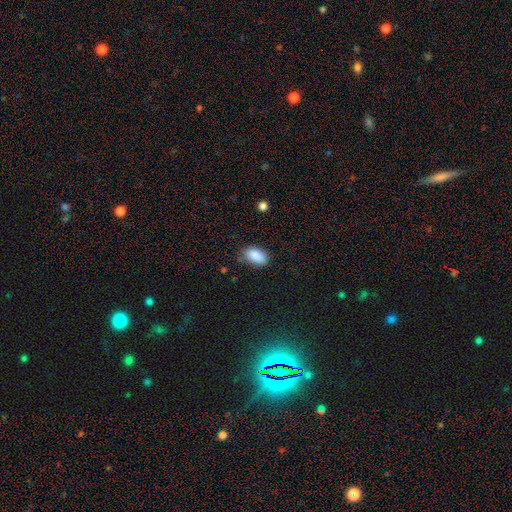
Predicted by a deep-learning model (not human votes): smooth-or-featured: smooth: 87% | star or artifact: 8% | featured or disk: 5%
  how-rounded: in between: 91% | round: 6% | cigar-shaped: 2%
  merging: none: 68% | minor disturbance: 25% | major disturbance: 5% | merger: 2%